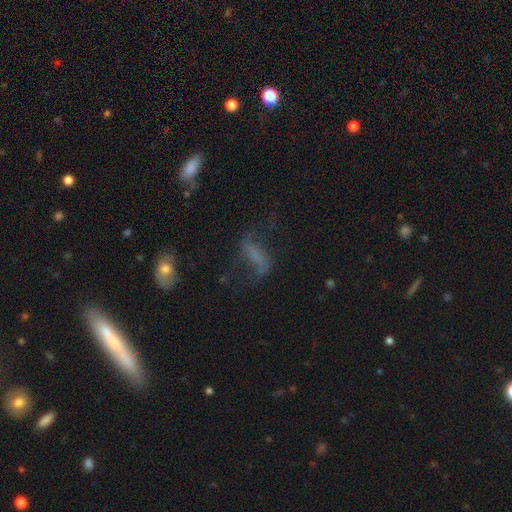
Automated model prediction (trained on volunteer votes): A featured or disk galaxy (48%).

Vote fractions:
- Smooth or featured? featured or disk: 48% / smooth: 33% / star or artifact: 18%
- Merging? none: 48% / major disturbance: 28% / minor disturbance: 19% / merger: 5%